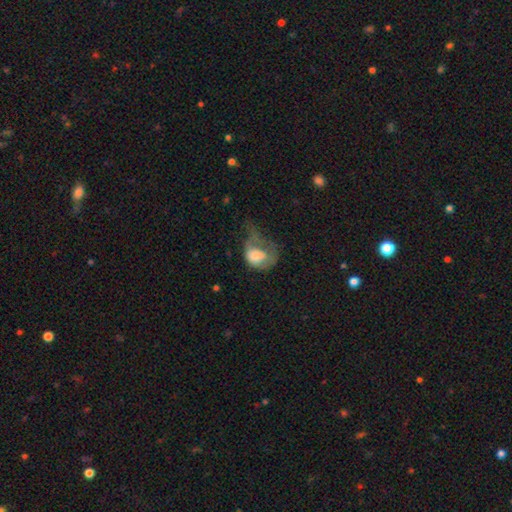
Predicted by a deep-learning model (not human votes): Q: Smooth or featured?
A: smooth (62%); runner-up: featured or disk (29%)
Q: How rounded?
A: in between (60%); runner-up: round (39%)
Q: Merging?
A: major disturbance (65%); runner-up: minor disturbance (17%)